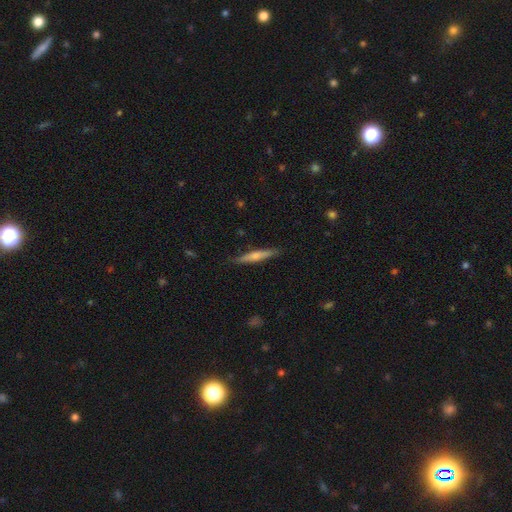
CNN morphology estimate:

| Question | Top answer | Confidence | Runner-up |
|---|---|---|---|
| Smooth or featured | smooth | 51% | featured or disk (43%) |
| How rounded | cigar-shaped | 91% | in between (7%) |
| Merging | none | 86% | minor disturbance (11%) |